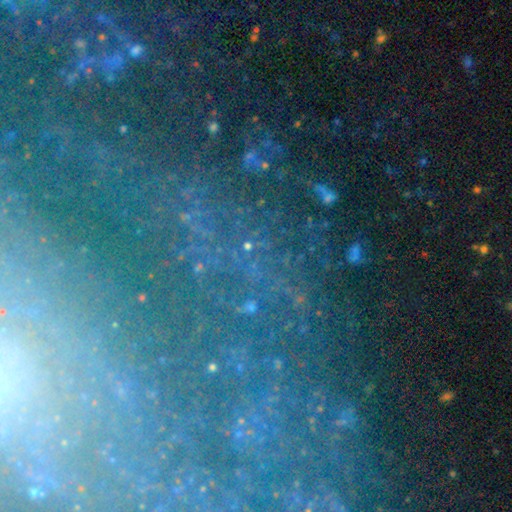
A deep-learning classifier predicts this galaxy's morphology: smooth-or-featured: star or artifact: 58% | featured or disk: 28% | smooth: 14%